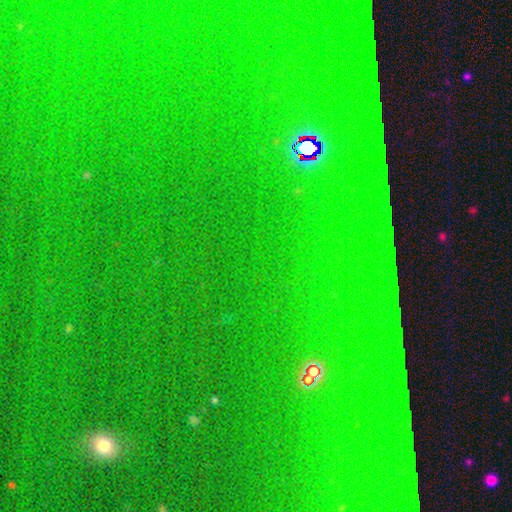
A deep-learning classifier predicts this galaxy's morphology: This is likely a star or artifact rather than a galaxy (79%).